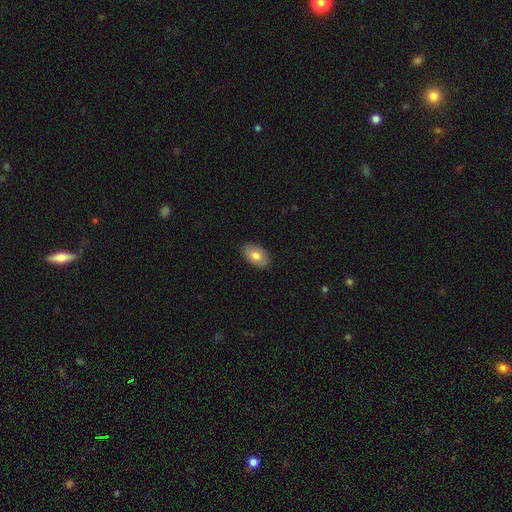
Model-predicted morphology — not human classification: type=smooth (78%); roundness=in between (93%); merging=none (88%).